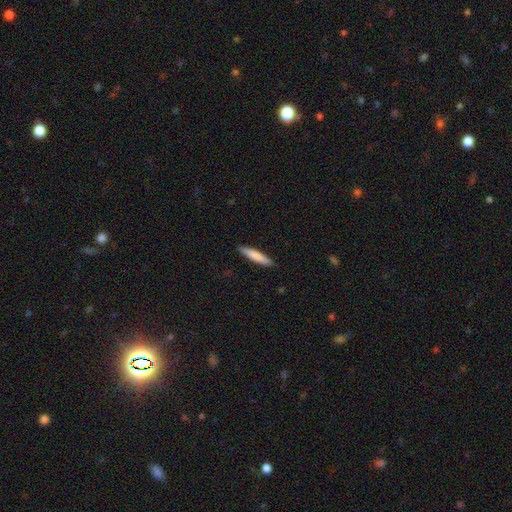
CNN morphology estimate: Q: Smooth or featured?
A: smooth (81%); runner-up: featured or disk (14%)
Q: How rounded?
A: cigar-shaped (89%); runner-up: in between (10%)
Q: Merging?
A: none (90%); runner-up: minor disturbance (8%)